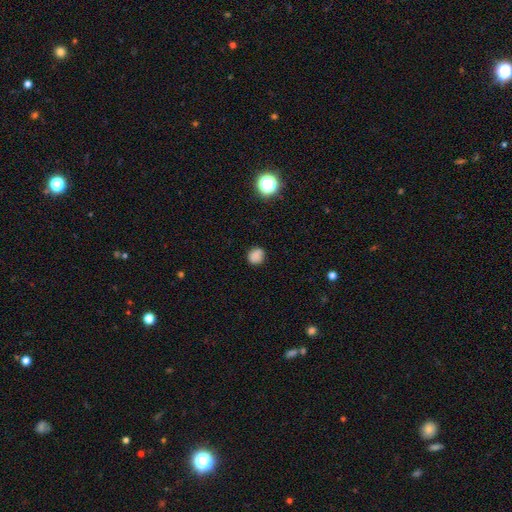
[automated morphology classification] Overall: smooth (81%). How rounded: round (82%). Merging: none (80%).